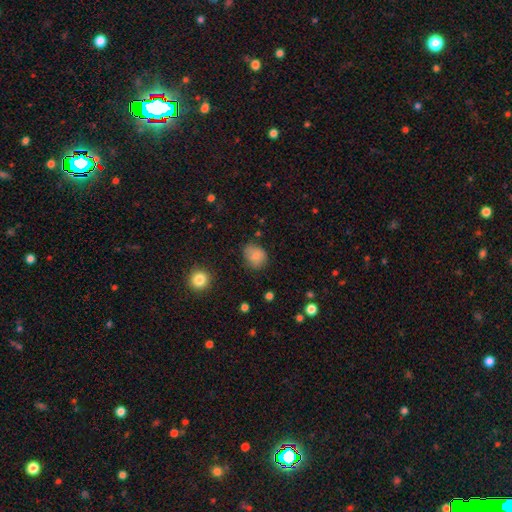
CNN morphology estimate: Smooth or featured: smooth — 79% (featured or disk — 11%)
How rounded: round — 62% (in between — 37%)
Merging: none — 69% (minor disturbance — 23%)